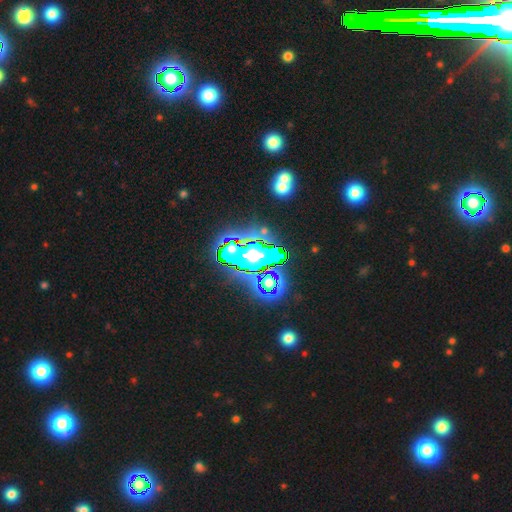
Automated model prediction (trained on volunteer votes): Overall: star or artifact (73%).